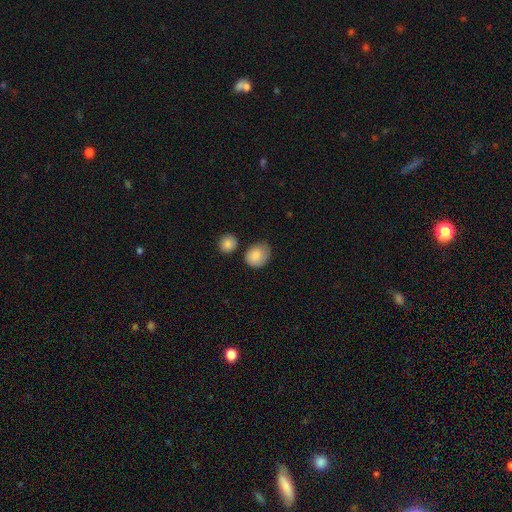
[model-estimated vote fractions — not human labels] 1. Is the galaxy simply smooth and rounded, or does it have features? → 86% smooth, 8% star or artifact, 6% featured or disk.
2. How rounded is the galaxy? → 55% round, 44% in between, 1% cigar-shaped.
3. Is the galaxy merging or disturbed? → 60% none, 26% minor disturbance, 8% merger, 6% major disturbance.